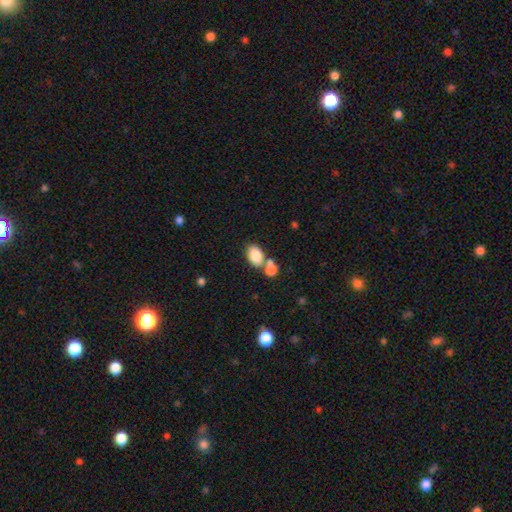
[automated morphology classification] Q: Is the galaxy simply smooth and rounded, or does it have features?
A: smooth — 83%.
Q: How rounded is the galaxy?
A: in between — 87%.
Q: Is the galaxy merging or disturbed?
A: none — 49%.